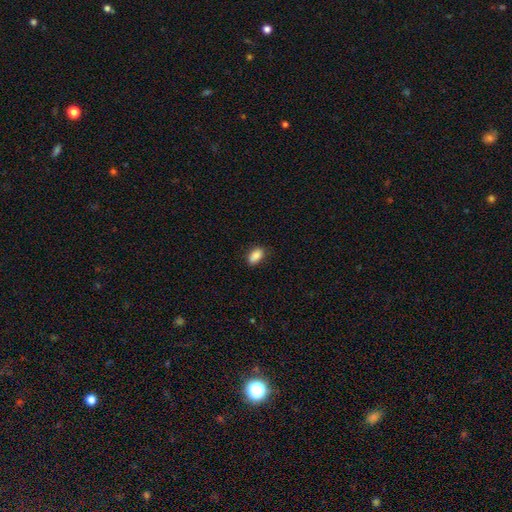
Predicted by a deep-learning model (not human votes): This appears to be a smooth galaxy with no disk features (89%) that is in between round and cigar-shaped (91%). Merging: none (83%).